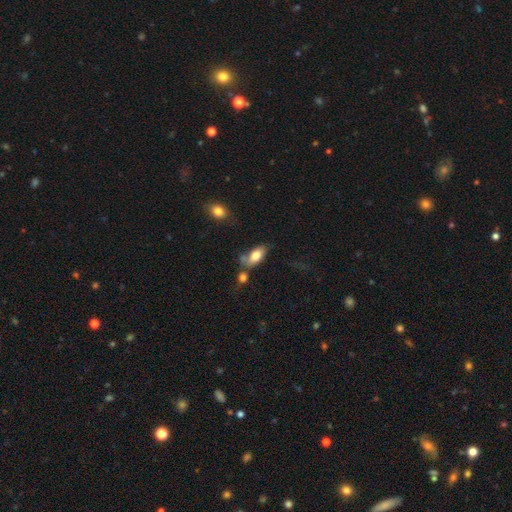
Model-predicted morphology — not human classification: A smooth galaxy with no disk features (75%) that is in between round and cigar-shaped (90%). Merging: none (41%).